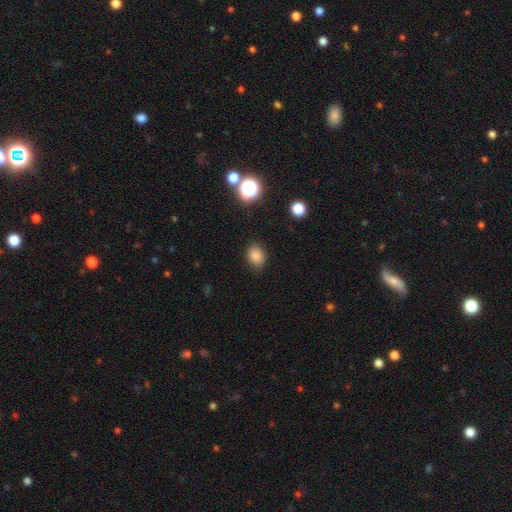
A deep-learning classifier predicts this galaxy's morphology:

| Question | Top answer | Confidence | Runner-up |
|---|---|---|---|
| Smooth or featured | smooth | 83% | star or artifact (13%) |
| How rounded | in between | 61% | round (38%) |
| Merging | none | 85% | minor disturbance (11%) |